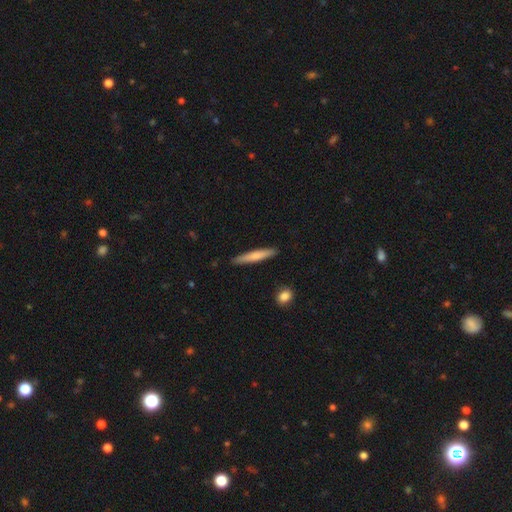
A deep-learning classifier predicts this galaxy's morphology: smooth-or-featured: smooth: 70% | featured or disk: 24% | star or artifact: 5%
  how-rounded: cigar-shaped: 93% | in between: 6% | round: 1%
  merging: none: 89% | minor disturbance: 8% | major disturbance: 2% | merger: 1%